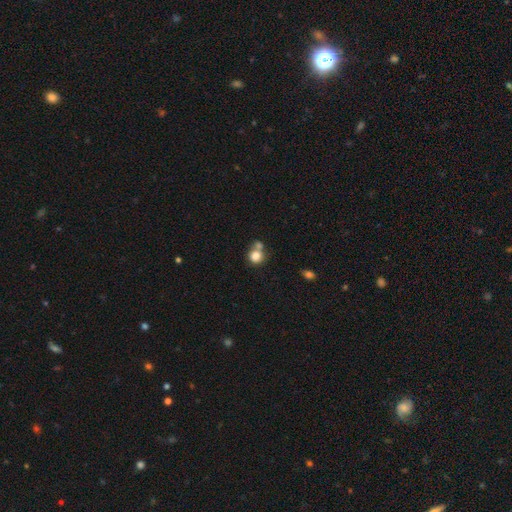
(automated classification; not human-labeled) smooth 81%, star or artifact 10%, featured or disk 9%. Down the decision tree: how rounded — round (82%); merging — none (44%).